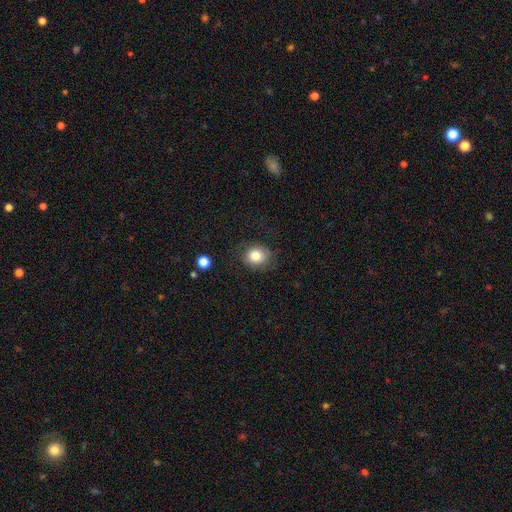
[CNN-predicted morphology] smooth-or-featured: smooth: 80% | star or artifact: 10% | featured or disk: 10%
  how-rounded: round: 70% | in between: 30% | cigar-shaped: 1%
  merging: none: 77% | minor disturbance: 16% | major disturbance: 6% | merger: 1%